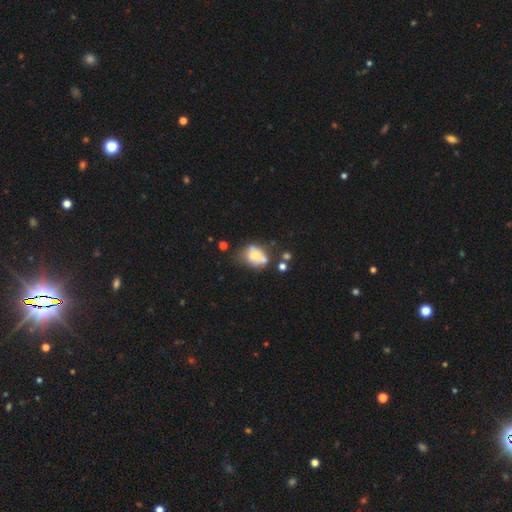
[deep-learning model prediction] smooth 58%, featured or disk 31%, star or artifact 11%. Down the decision tree: how rounded — in between (64%); merging — none (31%).